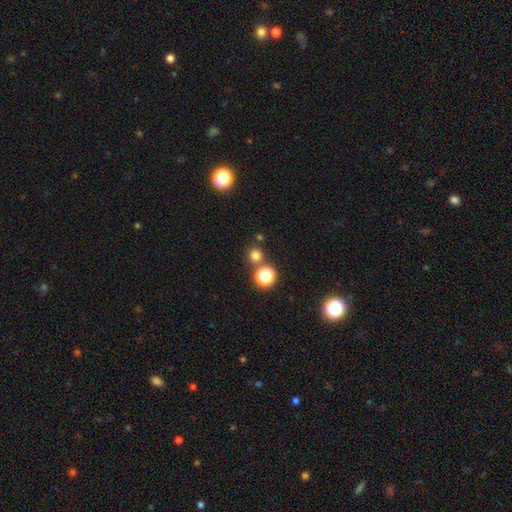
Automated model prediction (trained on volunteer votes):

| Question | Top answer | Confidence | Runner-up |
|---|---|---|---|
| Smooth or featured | smooth | 74% | star or artifact (21%) |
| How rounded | round | 92% | in between (7%) |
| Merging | none | 76% | merger (14%) |